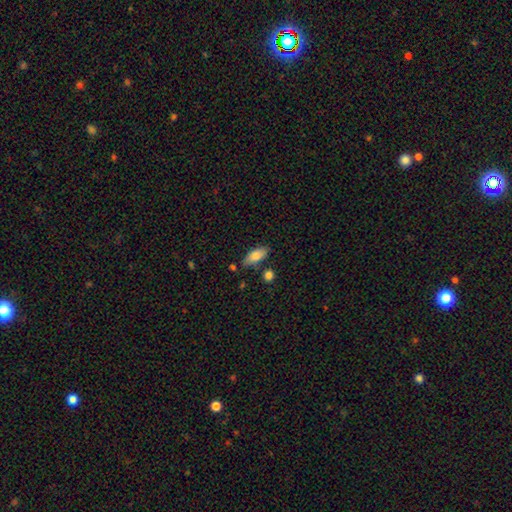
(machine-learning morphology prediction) Smooth or featured? smooth (78%)
How rounded? in between (83%)
Merging? none (74%)